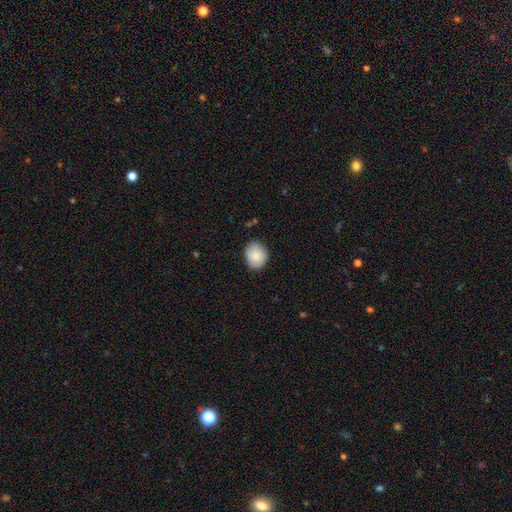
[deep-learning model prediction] A smooth galaxy with no disk features (83%) that is round (57%).

Vote fractions:
- Smooth or featured? smooth: 83% / featured or disk: 10% / star or artifact: 7%
- How rounded? round: 57% / in between: 42% / cigar-shaped: 1%
- Merging? none: 79% / minor disturbance: 17% / major disturbance: 3% / merger: 1%